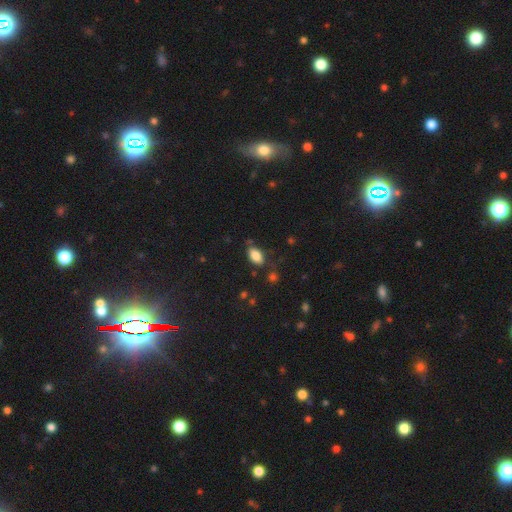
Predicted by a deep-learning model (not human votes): smooth-or-featured: smooth: 84% | star or artifact: 8% | featured or disk: 7%
  how-rounded: in between: 92% | round: 4% | cigar-shaped: 4%
  merging: none: 76% | minor disturbance: 17% | major disturbance: 4% | merger: 3%